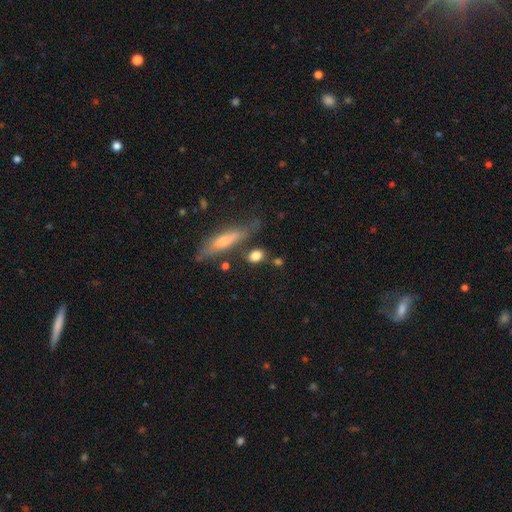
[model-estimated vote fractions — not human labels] smooth 80%, featured or disk 11%, star or artifact 9%. Down the decision tree: how rounded — in between (48%); merging — none (70%).